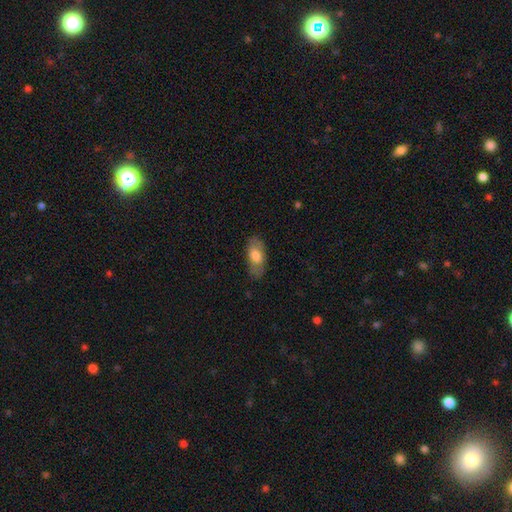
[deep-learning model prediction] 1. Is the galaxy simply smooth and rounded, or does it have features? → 70% smooth, 24% featured or disk, 6% star or artifact.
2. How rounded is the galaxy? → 89% in between, 7% cigar-shaped, 3% round.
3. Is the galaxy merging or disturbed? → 76% none, 18% minor disturbance, 5% major disturbance, 1% merger.